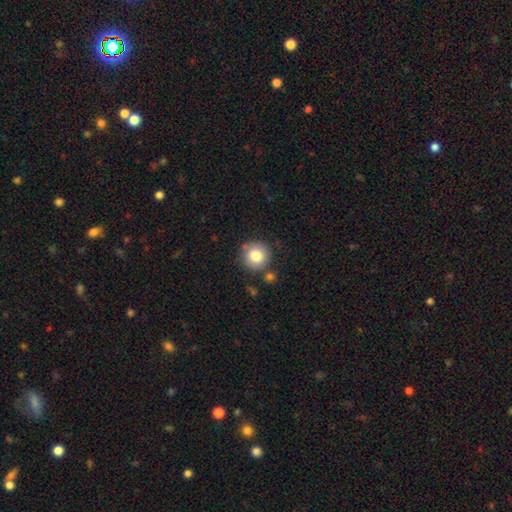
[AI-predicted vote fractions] This appears to be a smooth galaxy with no disk features (82%) that is round (93%). Merging: none (79%).